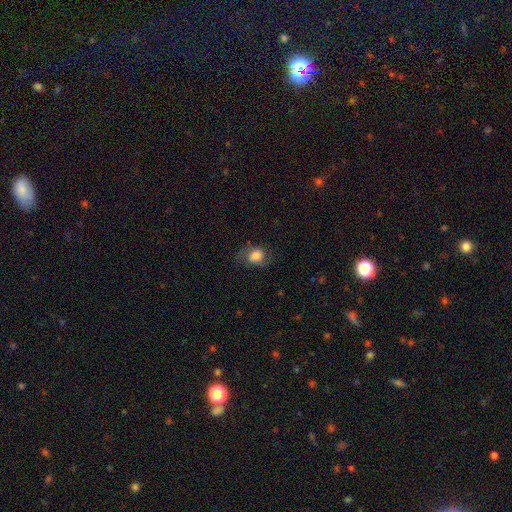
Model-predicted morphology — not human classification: Smooth or featured?
  - smooth: 67% *
  - featured or disk: 23%
  - star or artifact: 9%
How rounded?
  - in between: 52% *
  - round: 47%
  - cigar-shaped: 1%
Merging?
  - none: 62% *
  - minor disturbance: 23%
  - major disturbance: 14%
  - merger: 1%